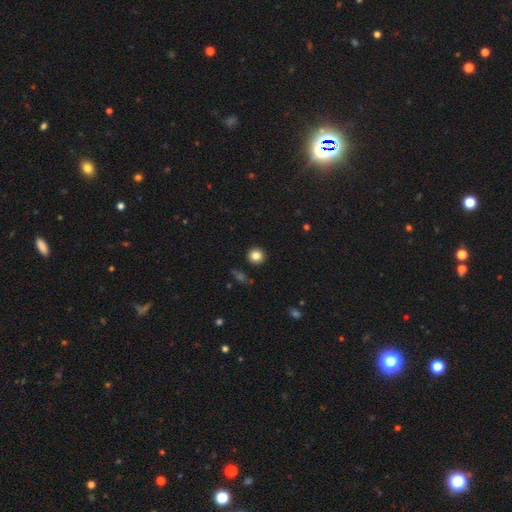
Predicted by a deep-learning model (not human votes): smooth-or-featured: smooth: 84% | star or artifact: 11% | featured or disk: 5%
  how-rounded: round: 93% | in between: 6% | cigar-shaped: 1%
  merging: none: 92% | minor disturbance: 5% | major disturbance: 2% | merger: 1%